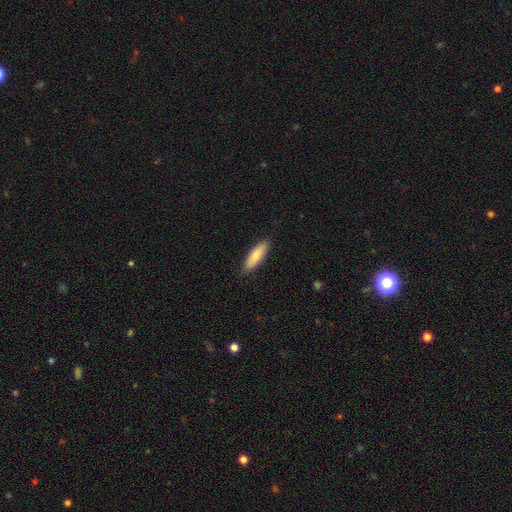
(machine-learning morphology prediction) Overall: smooth (80%). How rounded: cigar-shaped (51%; in between 48%). Merging: none (87%).